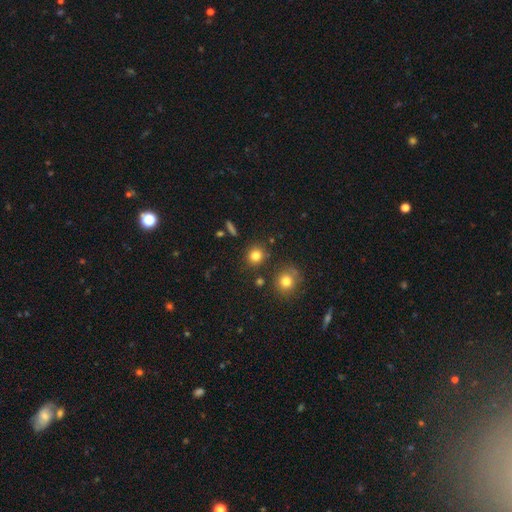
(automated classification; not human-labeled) This is clearly a smooth galaxy (81%). How rounded: clearly round (87%). Merging: clearly none (84%).